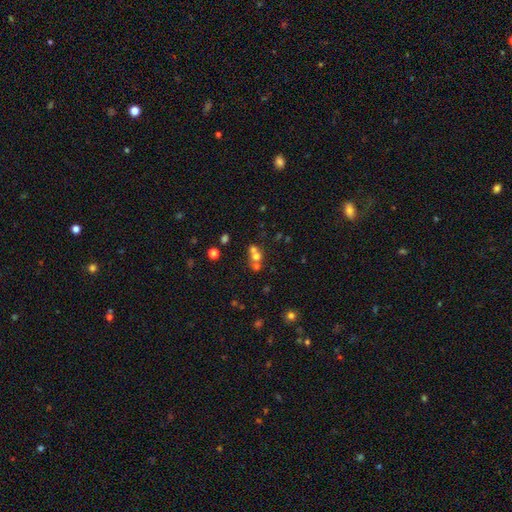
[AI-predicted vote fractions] A smooth galaxy with no disk features (58%) that is round (79%). Merging: merger (56%).